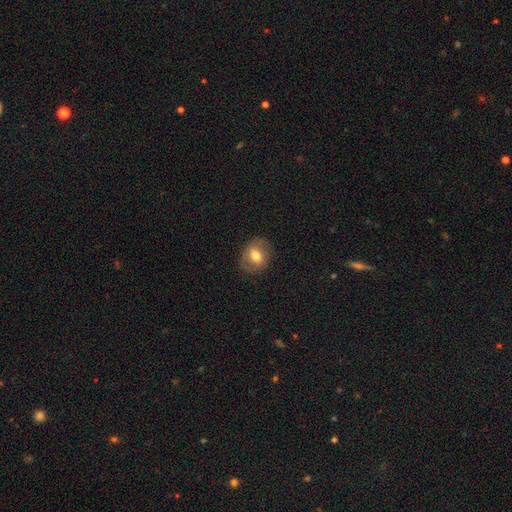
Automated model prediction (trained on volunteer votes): smooth-or-featured: smooth: 60% | featured or disk: 31% | star or artifact: 9%
  how-rounded: round: 55% | in between: 44% | cigar-shaped: 1%
  merging: none: 81% | minor disturbance: 13% | major disturbance: 5% | merger: 1%